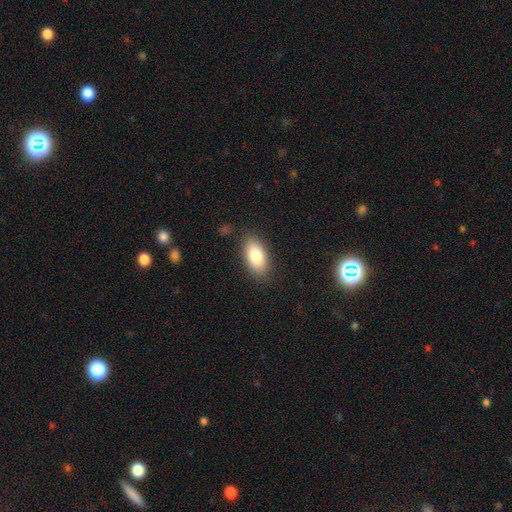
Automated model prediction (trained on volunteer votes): A smooth galaxy with no disk features (82%) that is in between round and cigar-shaped (92%).

Vote fractions:
- Smooth or featured? smooth: 82% / featured or disk: 11% / star or artifact: 7%
- How rounded? in between: 92% / cigar-shaped: 5% / round: 3%
- Merging? none: 84% / minor disturbance: 11% / major disturbance: 3% / merger: 1%